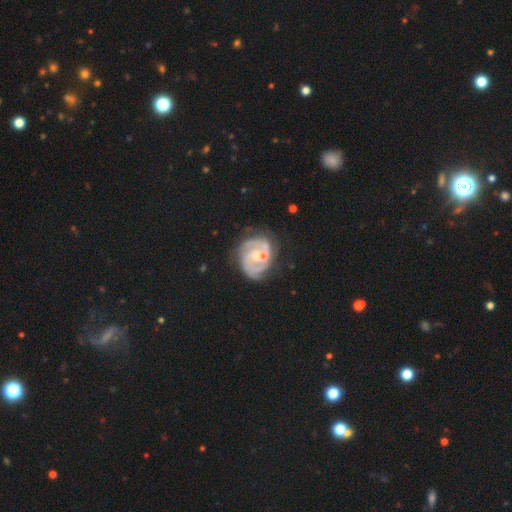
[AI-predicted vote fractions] Smooth or featured? Predicted: featured or disk (p=0.85). Edge-on disk? Predicted: no (p=0.98). Bar? Predicted: no (p=0.55). Spiral arms? Predicted: yes (p=0.92). Spiral winding? Predicted: tight (p=0.47). Spiral arm count? Predicted: 2 (p=0.60). Bulge size? Predicted: small (p=0.48). Merging? Predicted: none (p=0.57).